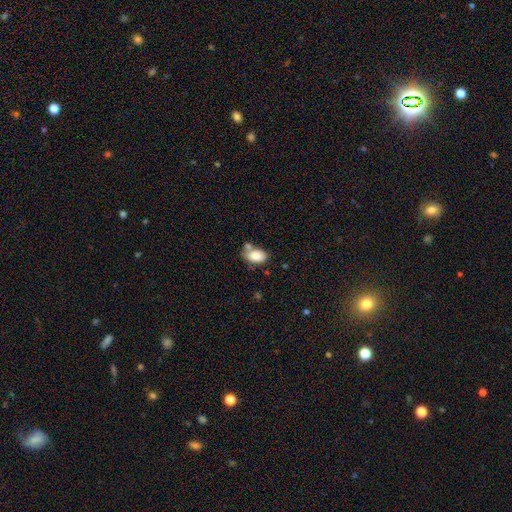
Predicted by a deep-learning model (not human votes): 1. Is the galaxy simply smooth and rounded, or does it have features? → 82% smooth, 10% featured or disk, 8% star or artifact.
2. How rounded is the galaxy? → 88% in between, 11% round, 1% cigar-shaped.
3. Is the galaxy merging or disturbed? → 51% none, 23% merger, 20% minor disturbance, 6% major disturbance.